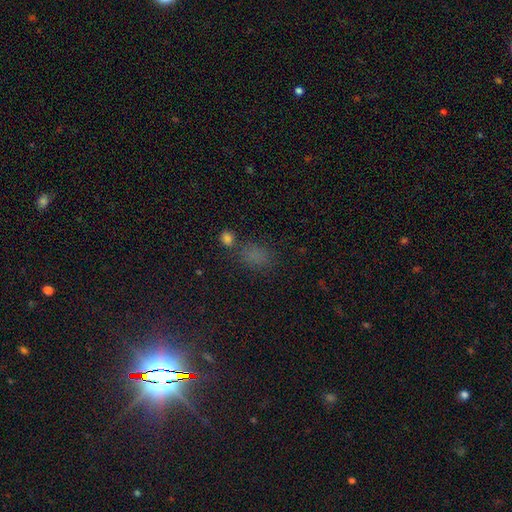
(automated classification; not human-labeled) Overall: smooth (67%). How rounded: in between (68%; round 30%). Merging: none (60%).